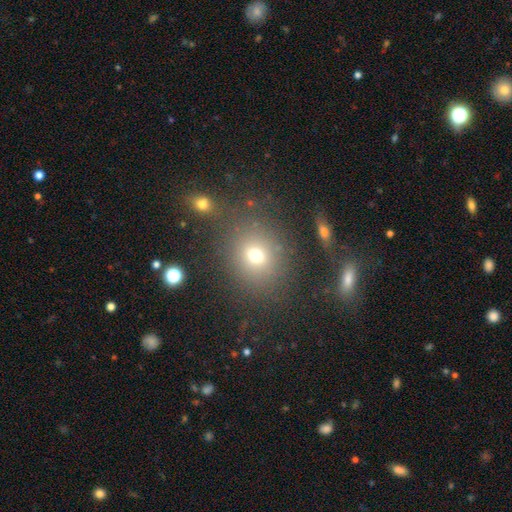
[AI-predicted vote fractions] Smooth or featured? smooth (69%)
How rounded? round (66%)
Merging? none (74%)